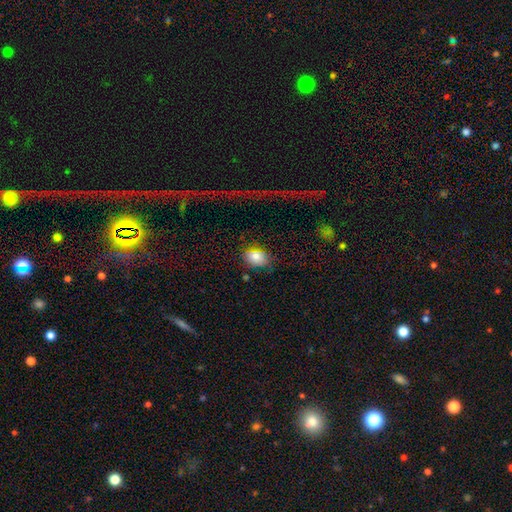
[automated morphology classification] This is likely a smooth galaxy (79%). How rounded: likely in between (67%). Merging: likely none (72%).